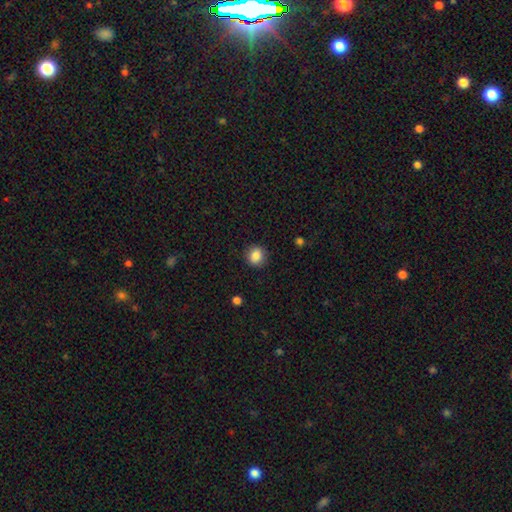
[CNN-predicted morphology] smooth 85%, star or artifact 9%, featured or disk 5%. Down the decision tree: how rounded — round (83%); merging — none (90%).